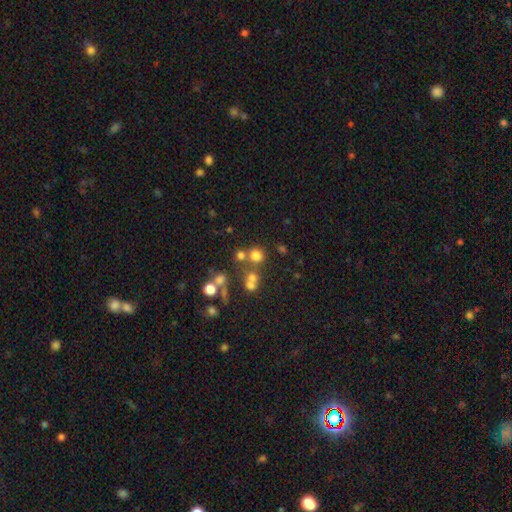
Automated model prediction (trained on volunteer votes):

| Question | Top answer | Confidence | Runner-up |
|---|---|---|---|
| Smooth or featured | smooth | 69% | star or artifact (19%) |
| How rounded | round | 86% | in between (13%) |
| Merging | none | 62% | merger (24%) |